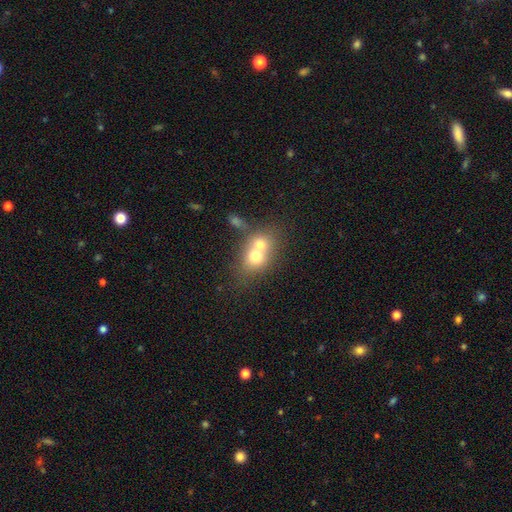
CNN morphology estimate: This appears to be a smooth galaxy with no disk features (66%) that is round (57%). Merging: merger (70%).